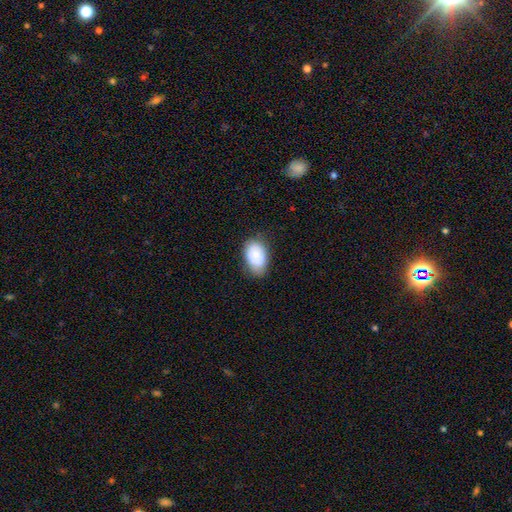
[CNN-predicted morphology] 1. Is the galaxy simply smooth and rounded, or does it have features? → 77% smooth, 15% featured or disk, 8% star or artifact.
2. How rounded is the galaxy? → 88% in between, 10% round, 1% cigar-shaped.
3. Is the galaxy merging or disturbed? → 70% none, 23% minor disturbance, 5% major disturbance, 2% merger.